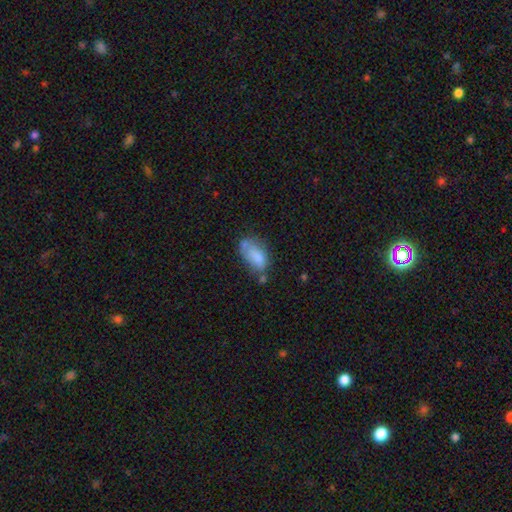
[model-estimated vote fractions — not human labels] Q: Smooth or featured?
A: smooth (73%); runner-up: featured or disk (17%)
Q: How rounded?
A: in between (90%); runner-up: round (6%)
Q: Merging?
A: none (39%); runner-up: minor disturbance (26%)